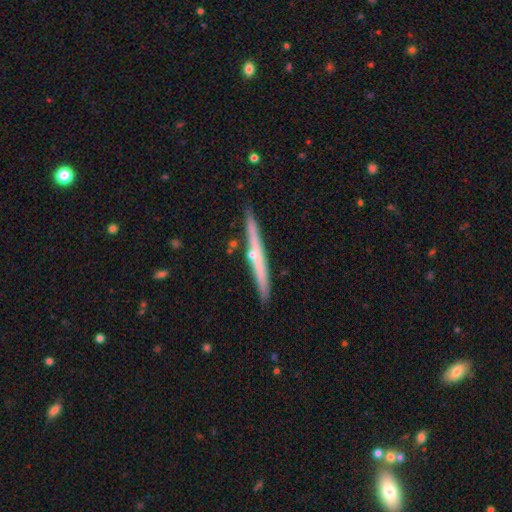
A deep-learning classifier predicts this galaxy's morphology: Overall: featured or disk (55%; smooth 39%). Edge-on disk: yes (97%). Edge-on bulge: none (61%; rounded 36%). Merging: none (85%).